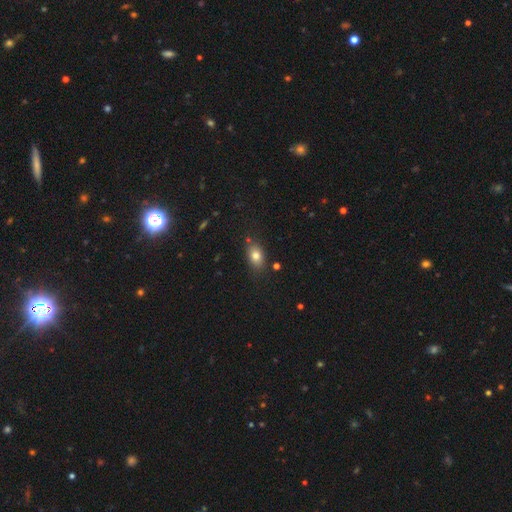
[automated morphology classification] Overall: smooth (78%). How rounded: in between (79%). Merging: none (79%).